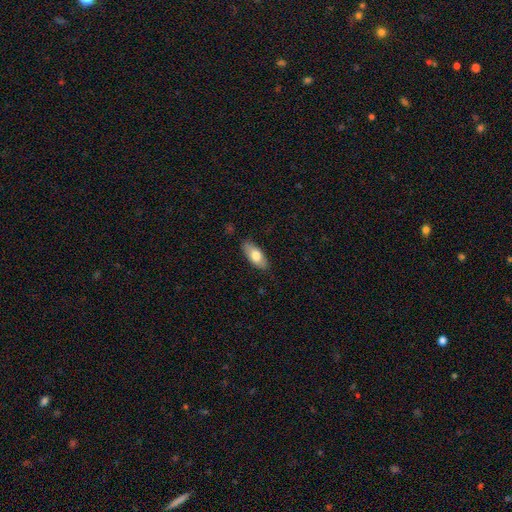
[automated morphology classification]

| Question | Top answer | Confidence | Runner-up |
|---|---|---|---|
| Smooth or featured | smooth | 74% | featured or disk (21%) |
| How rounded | in between | 85% | cigar-shaped (13%) |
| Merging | none | 84% | minor disturbance (12%) |